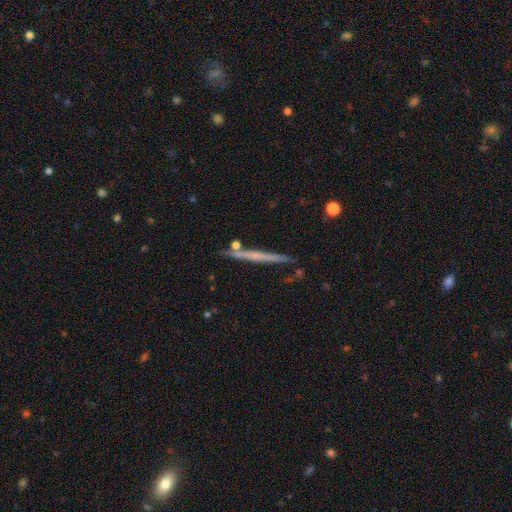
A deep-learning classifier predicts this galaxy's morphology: Smooth or featured: featured or disk — 56% (smooth — 38%)
Edge-on disk: yes — 97% (no — 3%)
Edge-on bulge: none — 84% (rounded — 11%)
Merging: none — 86% (minor disturbance — 9%)